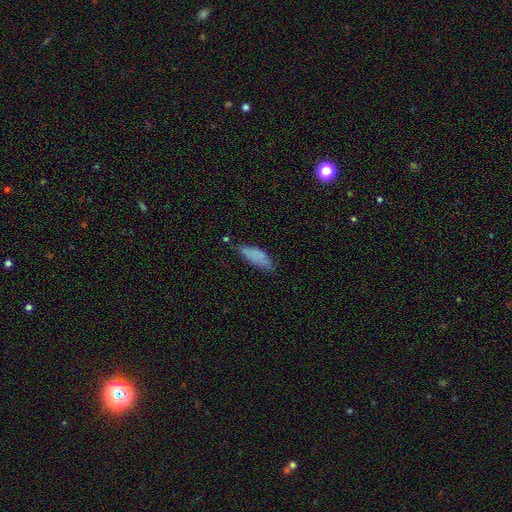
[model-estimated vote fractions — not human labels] A smooth galaxy with no disk features (78%) that is in between round and cigar-shaped (62%). Merging: none (53%).